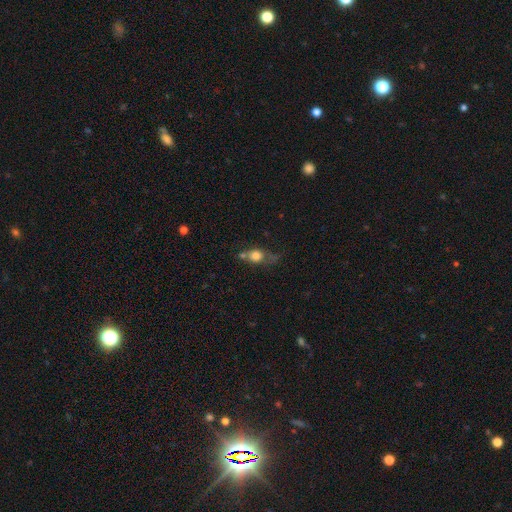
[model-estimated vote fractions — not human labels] Q: Smooth or featured?
A: smooth (72%); runner-up: featured or disk (17%)
Q: How rounded?
A: round (63%); runner-up: in between (33%)
Q: Merging?
A: none (40%); runner-up: merger (25%)